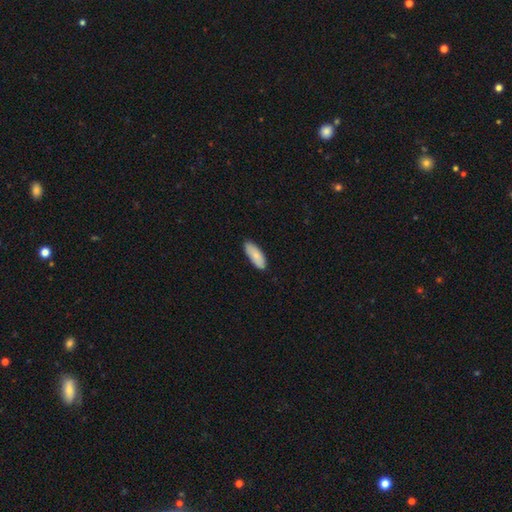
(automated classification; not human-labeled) Smooth or featured? smooth (83%)
How rounded? in between (76%)
Merging? none (83%)